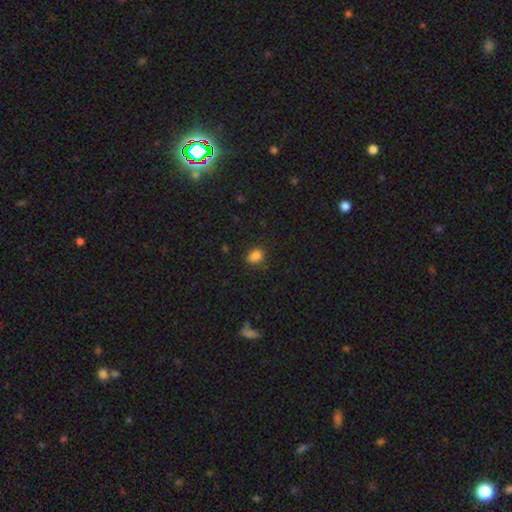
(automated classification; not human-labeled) smooth 82%, star or artifact 13%, featured or disk 5%. Down the decision tree: how rounded — in between (67%); merging — none (70%).